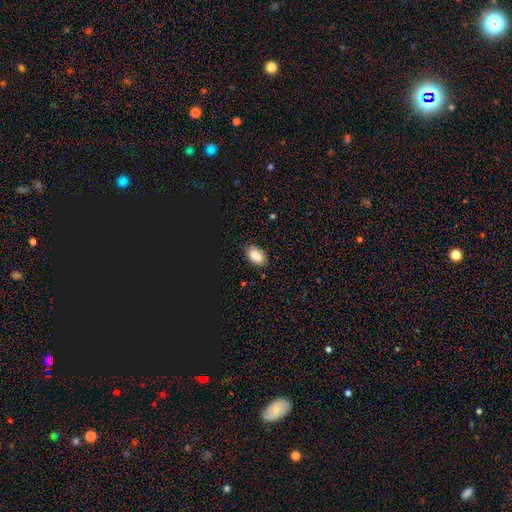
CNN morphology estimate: This is clearly a smooth galaxy (87%). How rounded: clearly in between (92%). Merging: clearly none (84%).